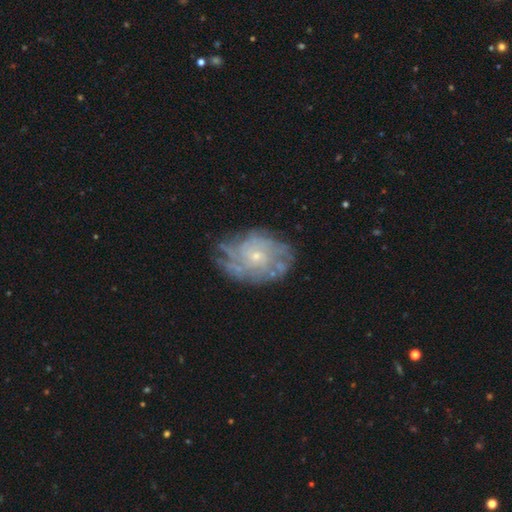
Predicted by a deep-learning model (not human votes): This is likely a featured or disk galaxy (78%). It is clearly not viewed edge-on (97%). Bar: clearly no (81%). Spiral arm pattern: clearly yes (84%). Spiral arm count: possibly can't tell (51%). Spiral winding: likely tight (60%). Central bulge: likely small (77%). Merging: likely none (66%).